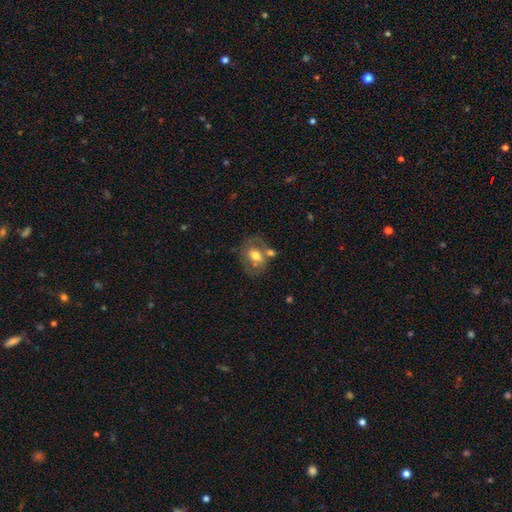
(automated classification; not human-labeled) smooth_or_featured: smooth (p=0.49) [alt: featured or disk p=0.43]
merging: none (p=0.50) [alt: merger p=0.23]